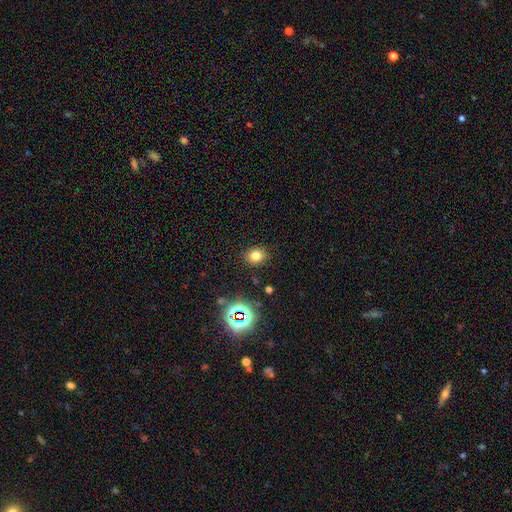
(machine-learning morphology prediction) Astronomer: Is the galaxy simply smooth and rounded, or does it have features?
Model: smooth — 74%.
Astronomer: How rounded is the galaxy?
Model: round — 63%.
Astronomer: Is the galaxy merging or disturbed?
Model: none — 87%.